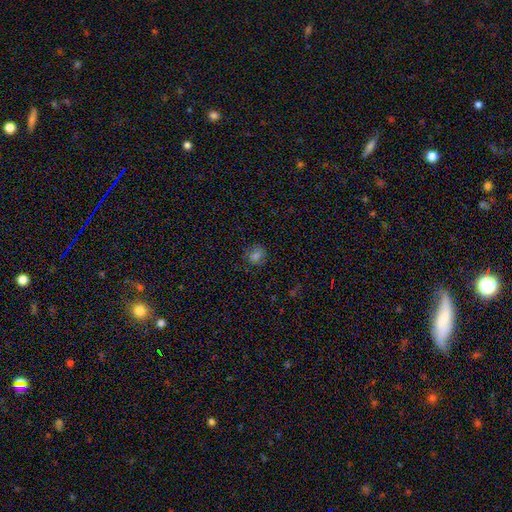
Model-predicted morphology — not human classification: A smooth galaxy with no disk features (73%) that is round (72%).

Vote fractions:
- Smooth or featured? smooth: 73% / star or artifact: 19% / featured or disk: 8%
- How rounded? round: 72% / in between: 27% / cigar-shaped: 1%
- Merging? none: 80% / minor disturbance: 14% / major disturbance: 4% / merger: 1%